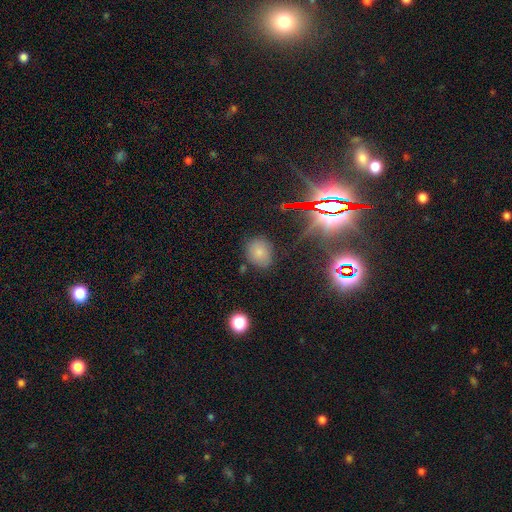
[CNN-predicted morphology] This appears to be a smooth galaxy with no disk features (69%) that is in between round and cigar-shaped (49%, tied with round). Merging: none (80%).